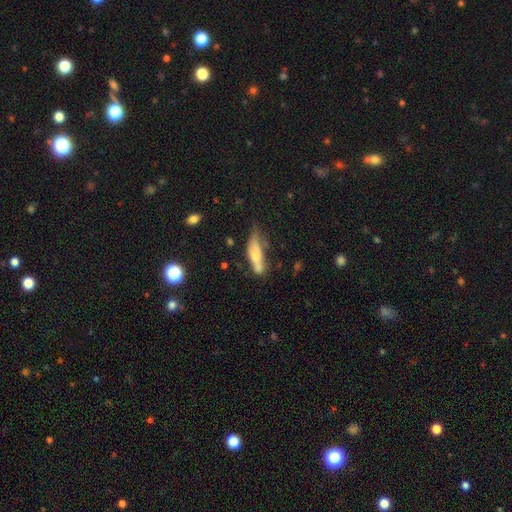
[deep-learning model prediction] Morphology: type=smooth (58%); roundness=cigar-shaped (54%); merging=none (41%).